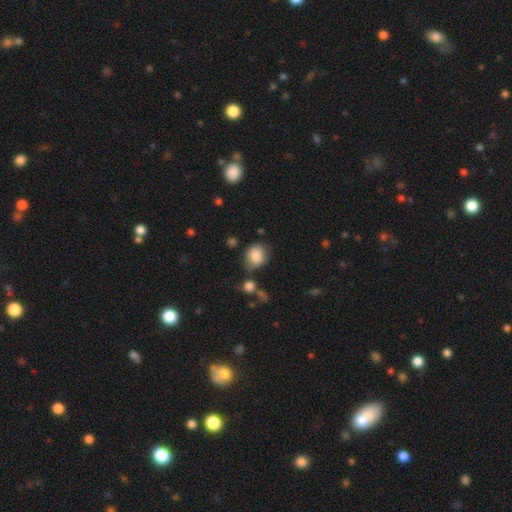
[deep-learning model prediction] This is clearly a smooth galaxy (85%). How rounded: likely round (66%). Merging: likely none (69%).